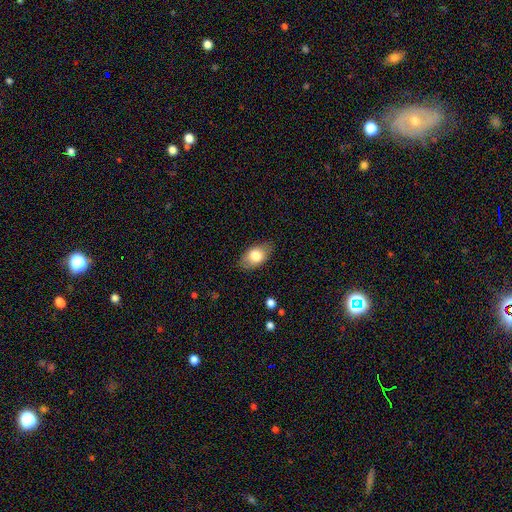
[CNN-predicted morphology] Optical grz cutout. It shows a smooth galaxy with no disk features (77%) that is in between round and cigar-shaped (90%). Merging: none (83%).